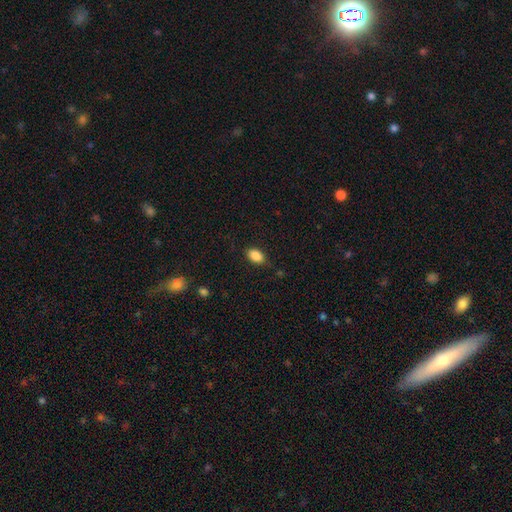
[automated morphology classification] Smooth or featured?
  - smooth: 88% *
  - star or artifact: 8%
  - featured or disk: 4%
How rounded?
  - in between: 88% *
  - round: 10%
  - cigar-shaped: 2%
Merging?
  - none: 82% *
  - minor disturbance: 13%
  - major disturbance: 3%
  - merger: 1%